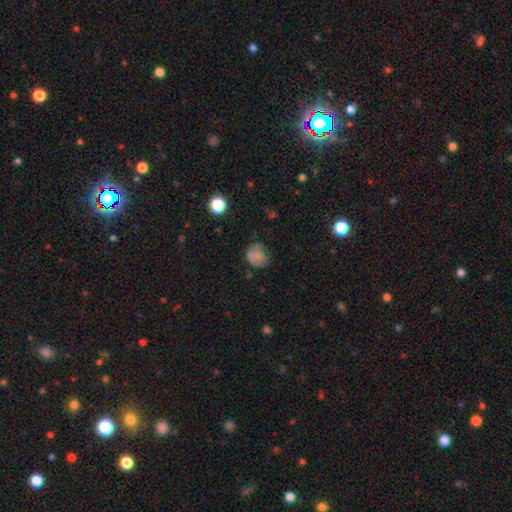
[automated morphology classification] Overall: smooth (66%). How rounded: round (68%; in between 31%). Merging: none (57%; minor disturbance 27%).